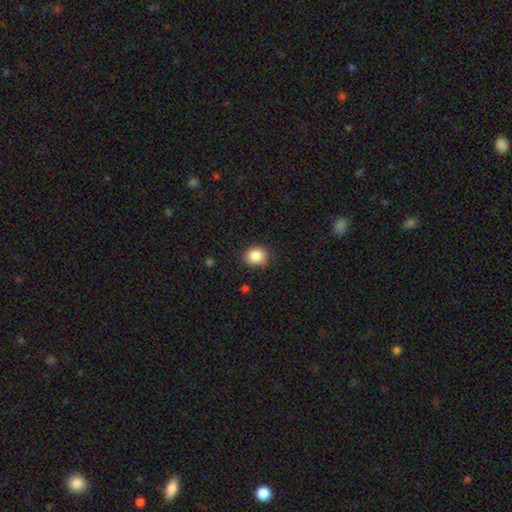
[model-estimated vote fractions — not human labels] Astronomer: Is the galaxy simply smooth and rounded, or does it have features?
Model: smooth — 87%.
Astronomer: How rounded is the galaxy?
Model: round — 74%.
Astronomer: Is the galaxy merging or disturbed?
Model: none — 83%.